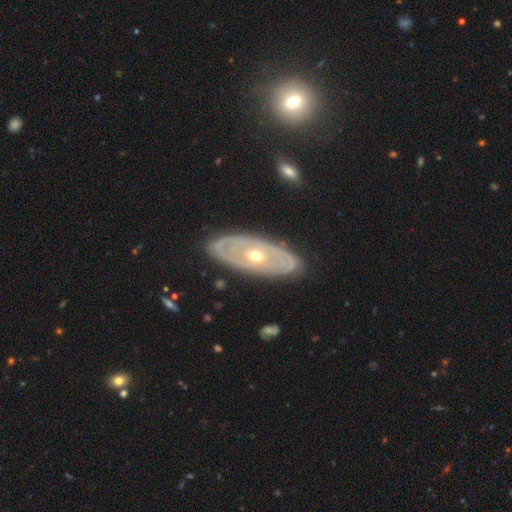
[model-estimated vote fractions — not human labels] Smooth or featured: featured or disk — 76% (smooth — 19%)
Edge-on disk: no — 84% (yes — 16%)
Bar: no — 87% (weak — 9%)
Spiral arms: no — 62% (yes — 38%)
Bulge size: moderate — 60% (small — 36%)
Merging: none — 86% (minor disturbance — 10%)